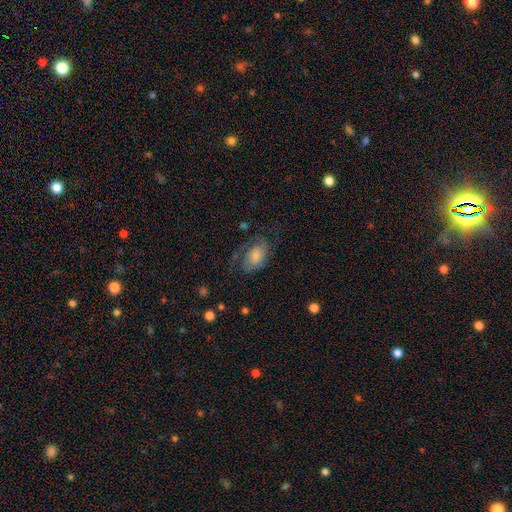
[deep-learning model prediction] This is possibly a featured or disk galaxy (58%). It is clearly not viewed edge-on (96%). Bar: likely no (62%). Spiral arm pattern: clearly yes (87%). Central bulge: marginally moderate (31%). Merging: possibly none (52%).